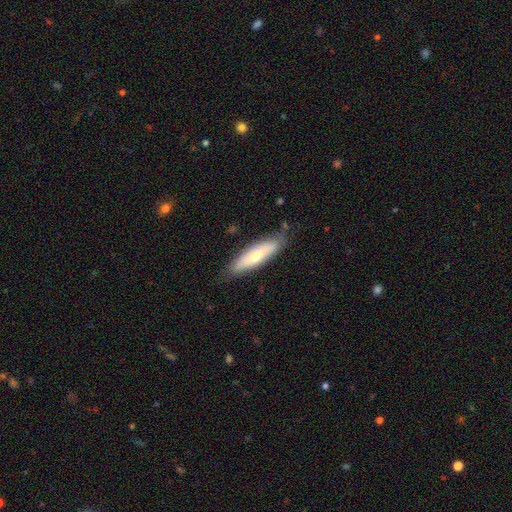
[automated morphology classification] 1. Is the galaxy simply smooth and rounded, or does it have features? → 58% smooth, 36% featured or disk, 6% star or artifact.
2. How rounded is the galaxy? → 61% cigar-shaped, 37% in between, 2% round.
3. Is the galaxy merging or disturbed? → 78% none, 17% minor disturbance, 3% major disturbance, 2% merger.